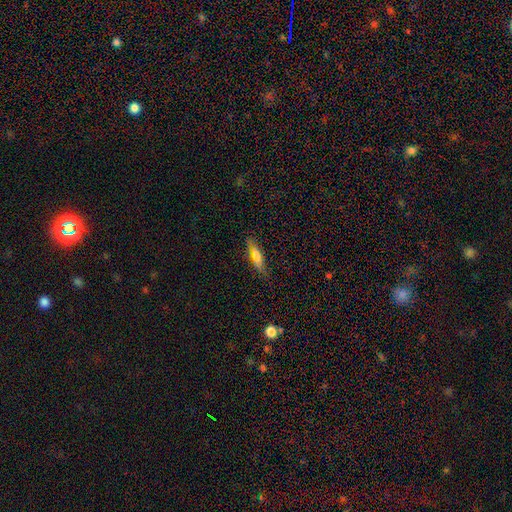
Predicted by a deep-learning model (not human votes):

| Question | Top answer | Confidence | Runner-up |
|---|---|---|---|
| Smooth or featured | smooth | 62% | featured or disk (30%) |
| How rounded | cigar-shaped | 64% | in between (33%) |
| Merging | none | 79% | minor disturbance (16%) |